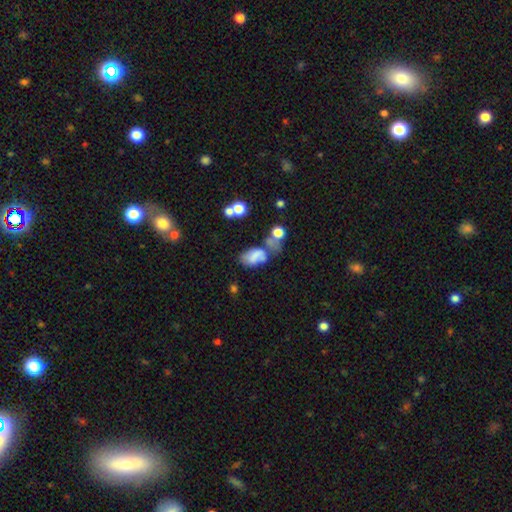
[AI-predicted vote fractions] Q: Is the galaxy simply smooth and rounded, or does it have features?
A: smooth — 59%.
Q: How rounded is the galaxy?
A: in between — 89%.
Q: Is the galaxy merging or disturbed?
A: merger — 26%, tied with major disturbance.